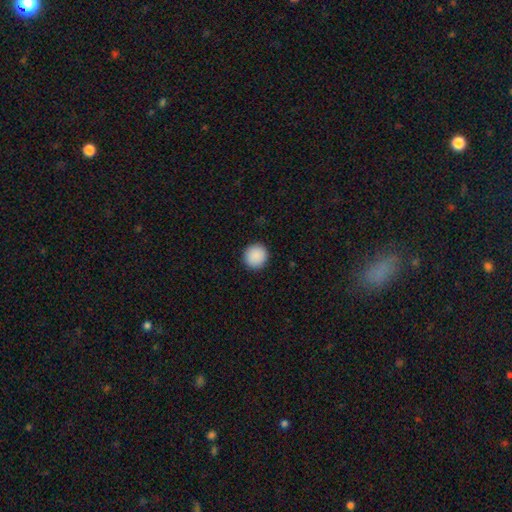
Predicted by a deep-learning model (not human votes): Morphology: type=smooth (90%); roundness=round (94%); merging=none (93%).